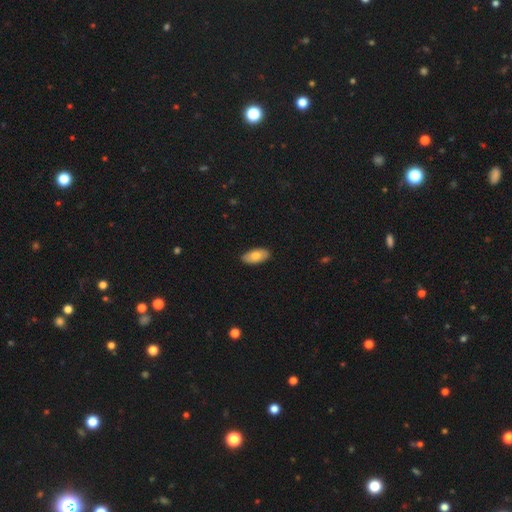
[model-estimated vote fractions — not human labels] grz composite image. It shows a smooth galaxy with no disk features (73%) that is in between round and cigar-shaped (93%). Merging: none (88%).